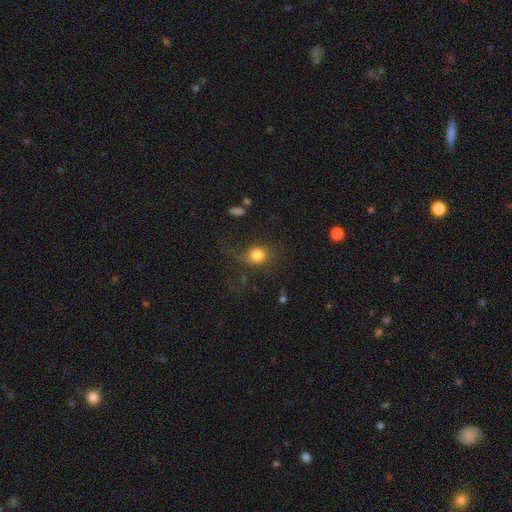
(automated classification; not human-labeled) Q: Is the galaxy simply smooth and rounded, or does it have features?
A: smooth — 78%.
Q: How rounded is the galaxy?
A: round — 64%.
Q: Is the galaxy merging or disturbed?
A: none — 53%.